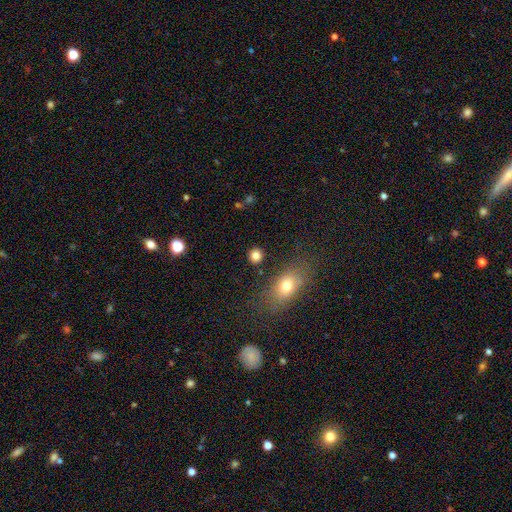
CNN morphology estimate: This appears to be a smooth galaxy with no disk features (82%) that is round (84%). Merging: none (86%).